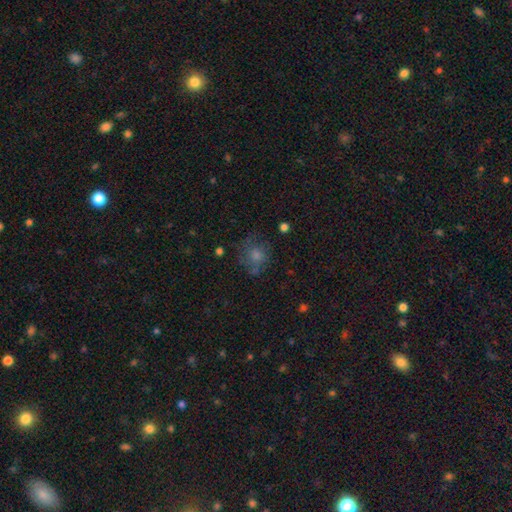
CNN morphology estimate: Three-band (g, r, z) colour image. It shows a smooth galaxy with no disk features (69%) that is round (80%). Merging: none (58%).